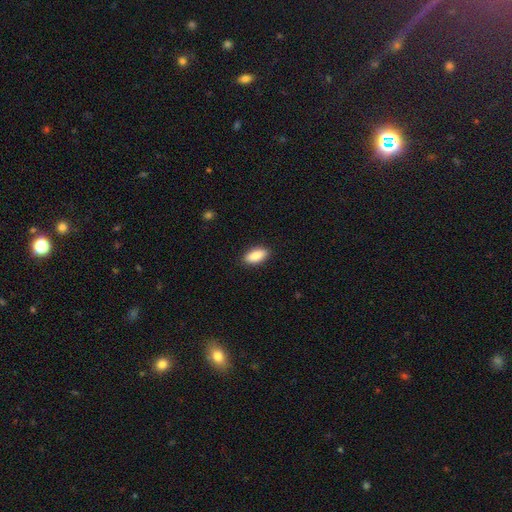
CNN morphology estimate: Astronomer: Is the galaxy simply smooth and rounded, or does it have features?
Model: smooth — 88%.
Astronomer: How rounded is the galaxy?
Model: in between — 89%.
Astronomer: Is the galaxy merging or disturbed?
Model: none — 89%.